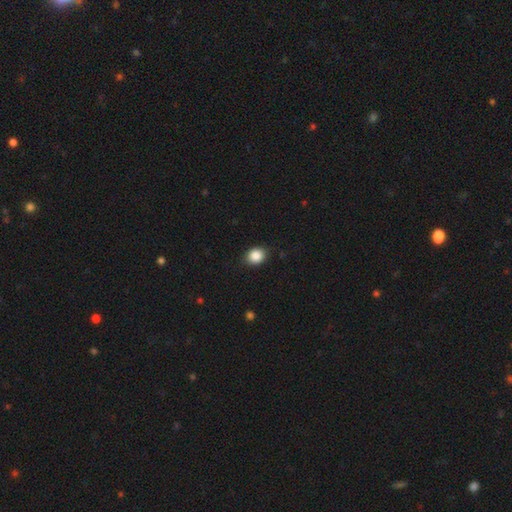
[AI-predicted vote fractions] Smooth or featured? smooth (87%)
How rounded? round (56%)
Merging? none (86%)